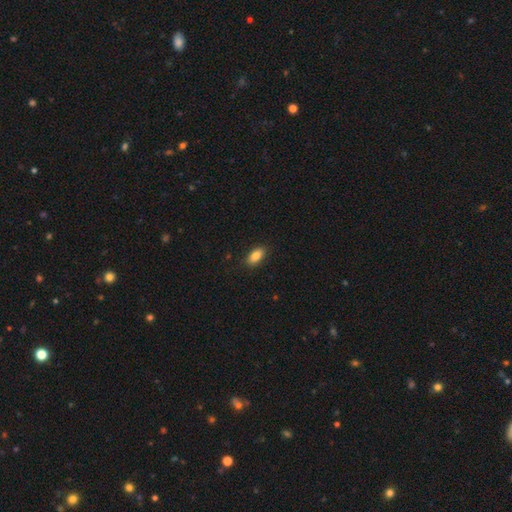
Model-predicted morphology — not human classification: smooth-or-featured: smooth: 85% | star or artifact: 8% | featured or disk: 7%
  how-rounded: in between: 91% | cigar-shaped: 5% | round: 4%
  merging: none: 88% | minor disturbance: 9% | major disturbance: 2% | merger: 1%